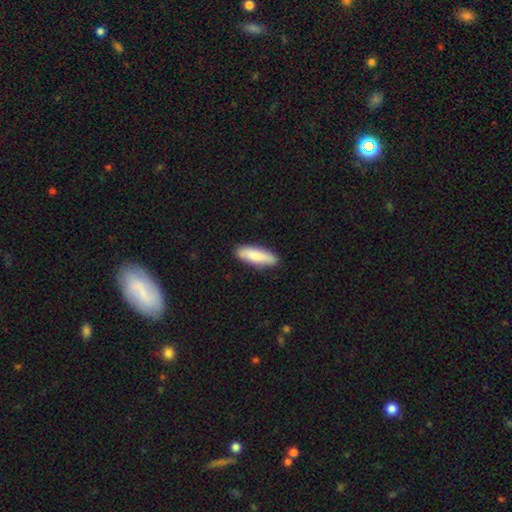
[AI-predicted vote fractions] Smooth or featured? Predicted: smooth (p=0.84). How rounded? Predicted: cigar-shaped (p=0.51). Merging? Predicted: none (p=0.86).